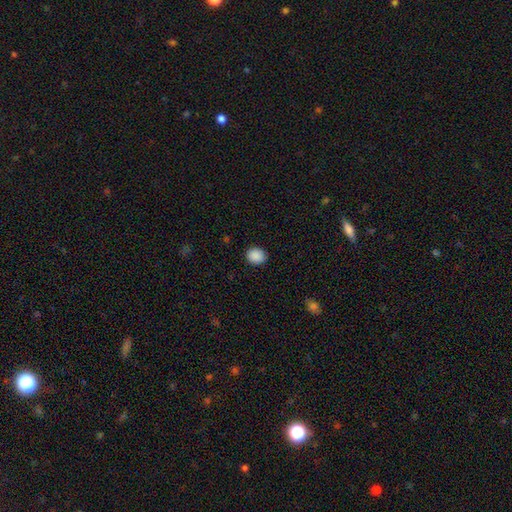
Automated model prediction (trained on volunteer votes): Smooth or featured? smooth (89%)
How rounded? round (61%)
Merging? none (90%)